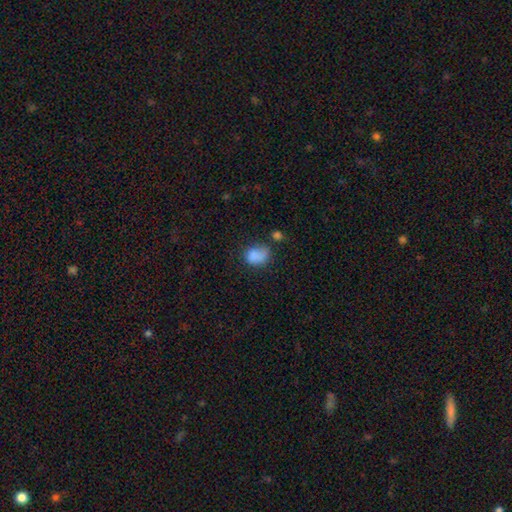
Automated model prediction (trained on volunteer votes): This appears to be a smooth galaxy with no disk features (82%) that is in between round and cigar-shaped (60%). Merging: none (47%).